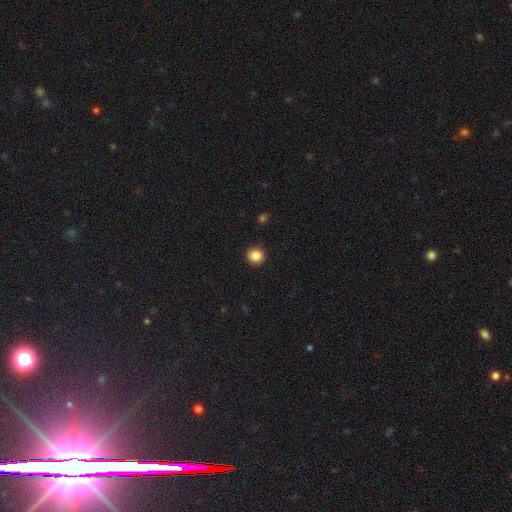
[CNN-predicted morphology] A smooth galaxy with no disk features (86%) that is round (93%). Merging: none (92%).